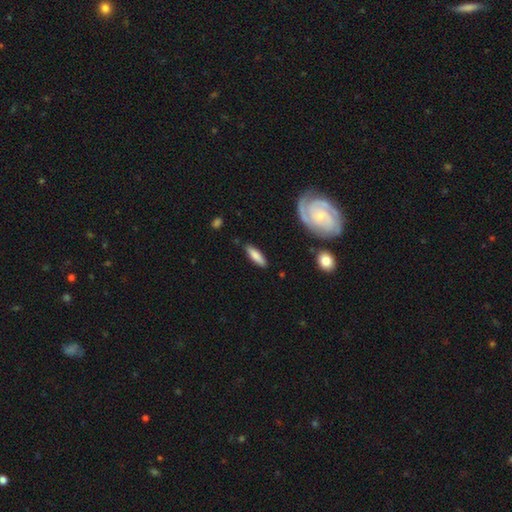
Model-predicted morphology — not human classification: smooth-or-featured: smooth: 75% | featured or disk: 19% | star or artifact: 6%
  how-rounded: cigar-shaped: 55% | in between: 43% | round: 2%
  merging: none: 84% | minor disturbance: 11% | major disturbance: 3% | merger: 2%